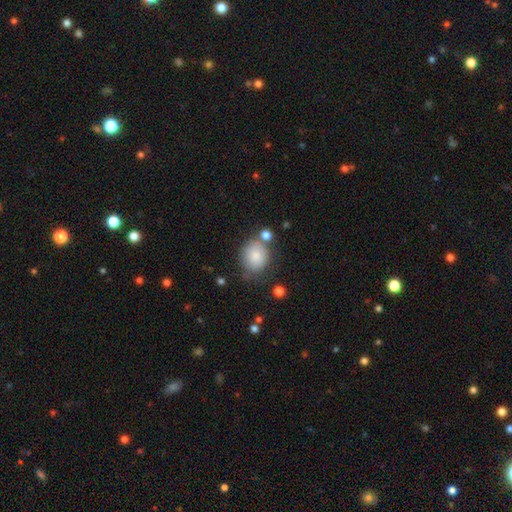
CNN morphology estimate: Smooth or featured? Predicted: smooth (p=0.81). How rounded? Predicted: round (p=0.65). Merging? Predicted: none (p=0.62).